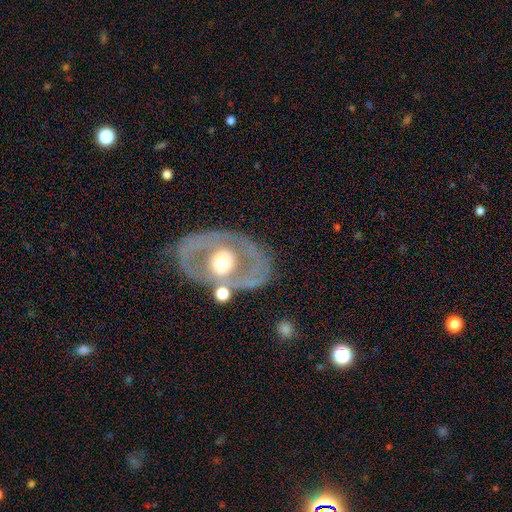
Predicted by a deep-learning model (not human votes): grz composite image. It shows a featured or disk galaxy (70%) with no bar (82%), no spiral arms (73%) and a moderate central bulge (69%). Merging: none (71%).